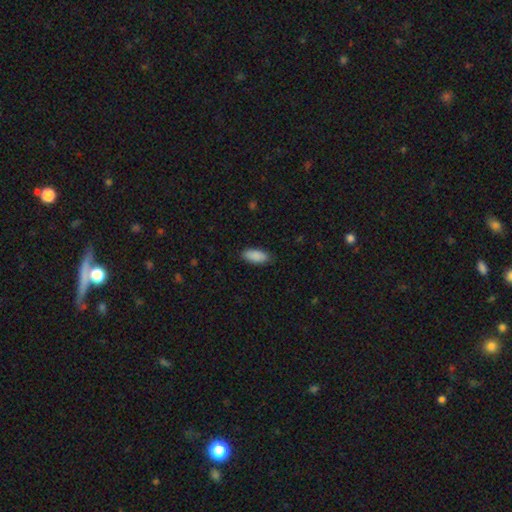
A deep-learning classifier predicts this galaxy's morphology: This appears to be a smooth galaxy with no disk features (90%) that is in between round and cigar-shaped (87%). Merging: none (86%).